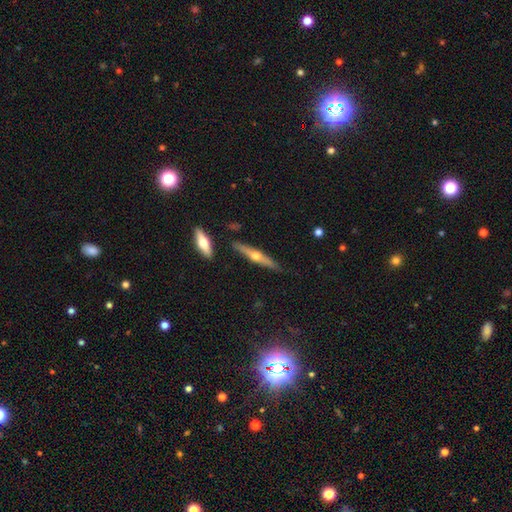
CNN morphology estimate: A featured or disk galaxy (66%) viewed edge-on (95%) with a rounded central bulge (93%). Merging: none (84%).